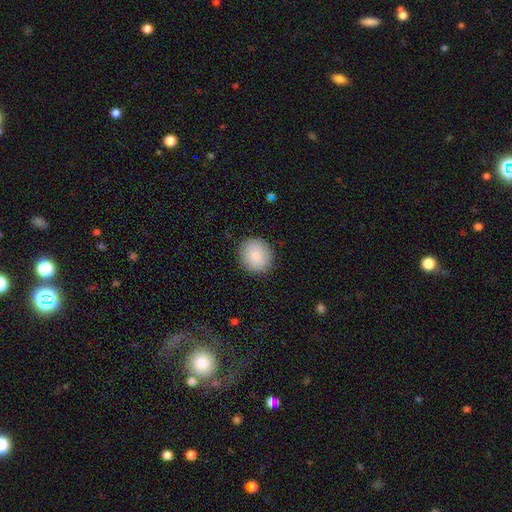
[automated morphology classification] Smooth or featured?
  - smooth: 88% *
  - star or artifact: 7%
  - featured or disk: 5%
How rounded?
  - round: 83% *
  - in between: 16%
  - cigar-shaped: 1%
Merging?
  - none: 89% *
  - minor disturbance: 8%
  - major disturbance: 2%
  - merger: 1%